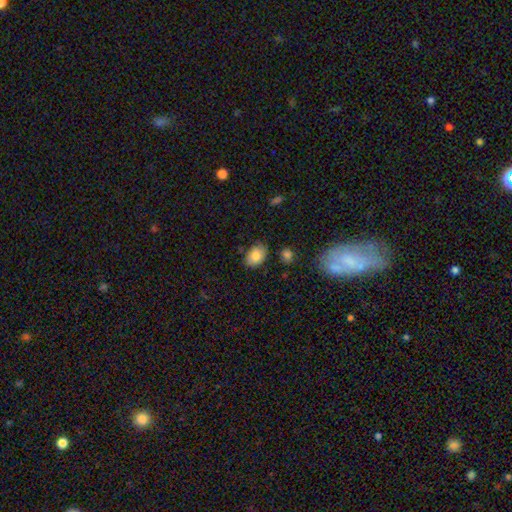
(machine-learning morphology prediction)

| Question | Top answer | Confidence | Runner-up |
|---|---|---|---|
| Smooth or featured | smooth | 84% | featured or disk (8%) |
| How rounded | in between | 84% | round (15%) |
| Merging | none | 78% | minor disturbance (16%) |